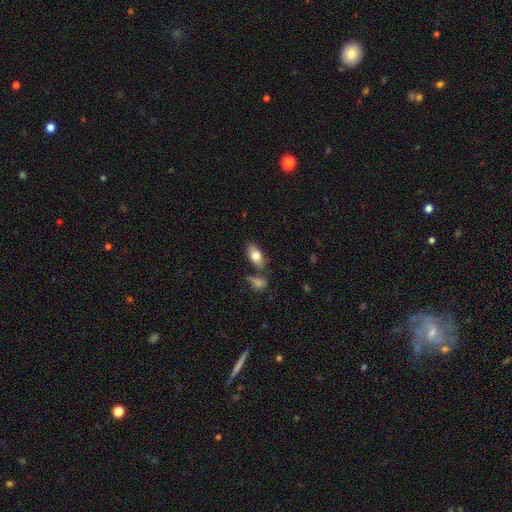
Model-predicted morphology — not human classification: smooth_or_featured: smooth (p=0.75) [alt: featured or disk p=0.19]
how_rounded: in between (p=0.89) [alt: cigar-shaped p=0.07]
merging: none (p=0.68) [alt: minor disturbance p=0.14]